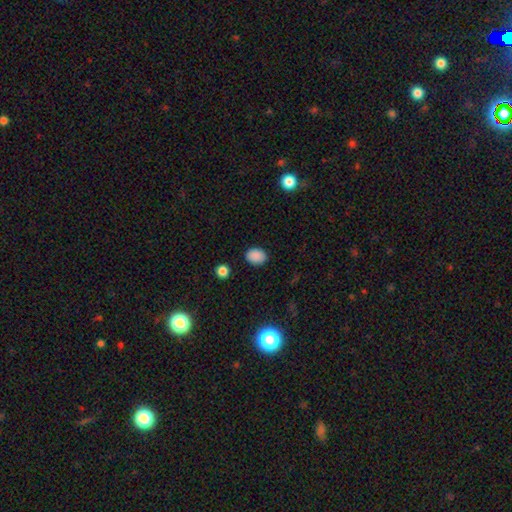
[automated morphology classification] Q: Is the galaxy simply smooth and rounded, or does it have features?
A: smooth — 87%.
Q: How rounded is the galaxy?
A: in between — 65%.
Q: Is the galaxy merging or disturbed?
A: none — 86%.